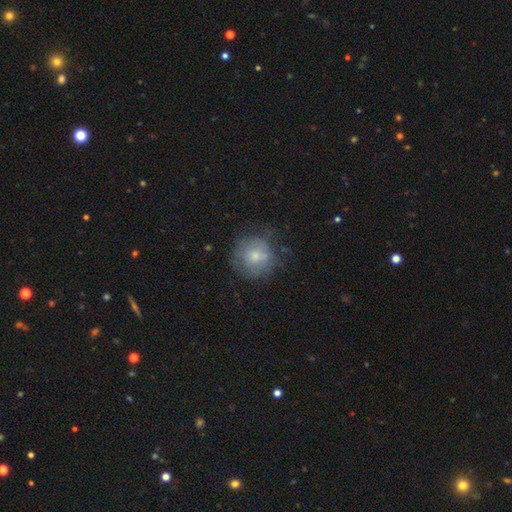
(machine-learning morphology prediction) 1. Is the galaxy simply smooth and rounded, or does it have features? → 65% smooth, 26% featured or disk, 8% star or artifact.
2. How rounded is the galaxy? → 91% round, 8% in between, 1% cigar-shaped.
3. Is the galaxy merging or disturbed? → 61% none, 25% minor disturbance, 12% major disturbance, 2% merger.